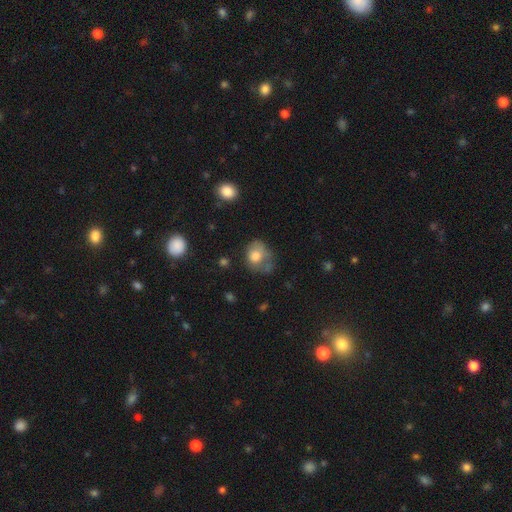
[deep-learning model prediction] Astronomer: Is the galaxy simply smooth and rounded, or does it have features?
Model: smooth — 71%.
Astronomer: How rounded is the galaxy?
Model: round — 51% (runner-up: in between, 48%).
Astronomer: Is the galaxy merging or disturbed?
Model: none — 31%, tied with minor disturbance at 31%.